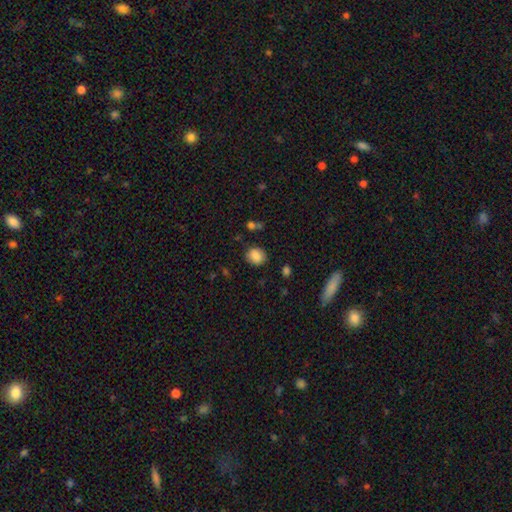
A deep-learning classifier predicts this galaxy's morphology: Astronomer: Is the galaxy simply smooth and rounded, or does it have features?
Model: smooth — 86%.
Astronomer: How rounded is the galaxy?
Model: round — 59% (runner-up: in between, 40%).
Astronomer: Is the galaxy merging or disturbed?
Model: none — 82%.